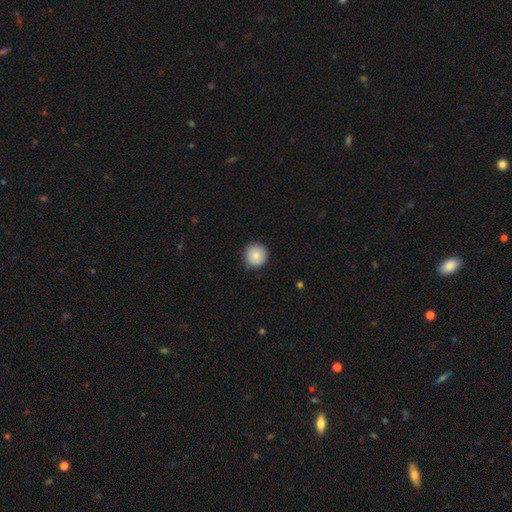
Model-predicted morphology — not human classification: smooth 85%, star or artifact 8%, featured or disk 8%. Down the decision tree: how rounded — round (96%); merging — none (87%).